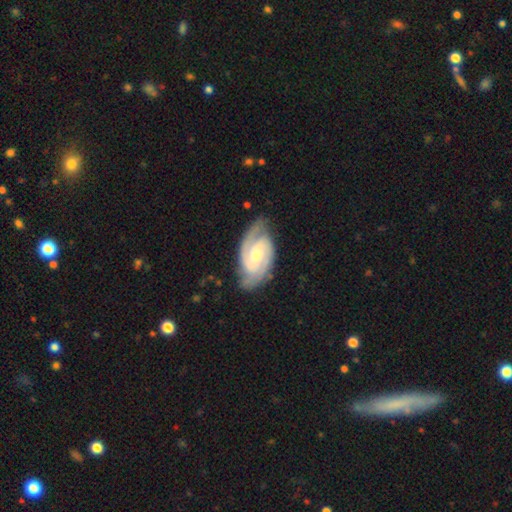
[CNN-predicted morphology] type=featured or disk (88%); edge-on=no (97%); bar=no (46%); spiral arms=yes (98%); winding=tight (55%); arm count=2 (73%); bulge=small (47%); merging=none (74%).